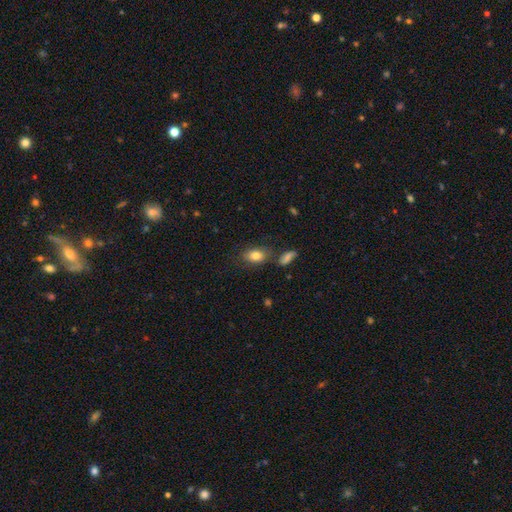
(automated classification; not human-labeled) Smooth or featured?
  - smooth: 81% *
  - featured or disk: 11%
  - star or artifact: 8%
How rounded?
  - in between: 85% *
  - round: 13%
  - cigar-shaped: 2%
Merging?
  - none: 72% *
  - minor disturbance: 15%
  - merger: 8%
  - major disturbance: 5%